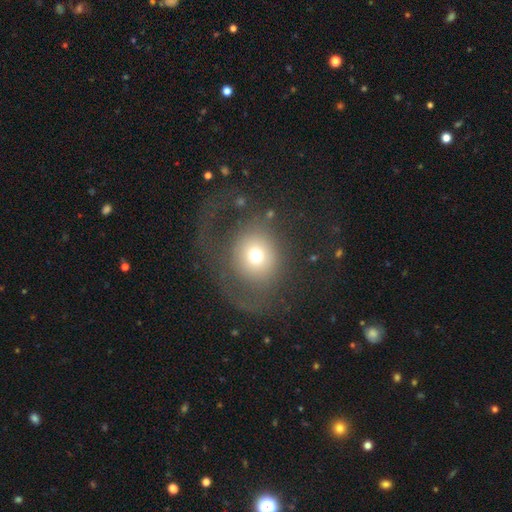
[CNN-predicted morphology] Smooth or featured? smooth (63%)
How rounded? round (82%)
Merging? major disturbance (44%)